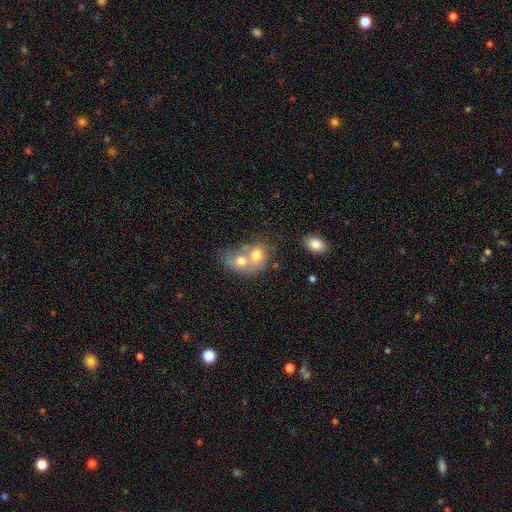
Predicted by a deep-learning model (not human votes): smooth-or-featured: smooth: 57% | featured or disk: 27% | star or artifact: 16%
  how-rounded: round: 51% | in between: 47% | cigar-shaped: 2%
  merging: merger: 62% | none: 26% | minor disturbance: 7% | major disturbance: 4%